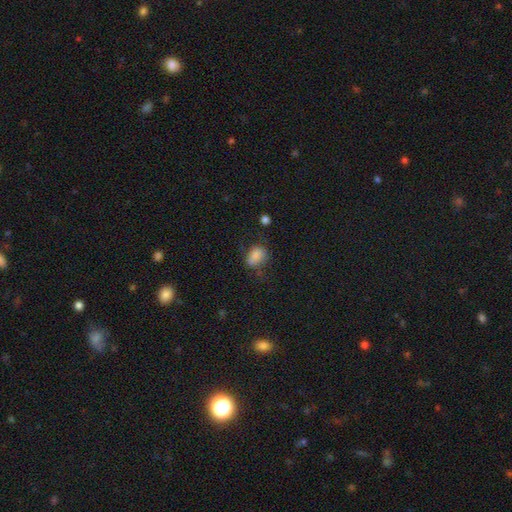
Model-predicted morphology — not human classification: Smooth or featured? smooth (79%)
How rounded? in between (67%)
Merging? none (57%)